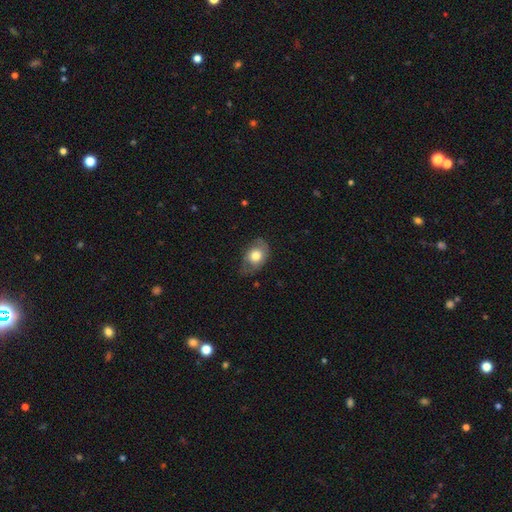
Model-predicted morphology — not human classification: This is likely a smooth galaxy (66%). How rounded: likely in between (78%). Merging: possibly none (55%).